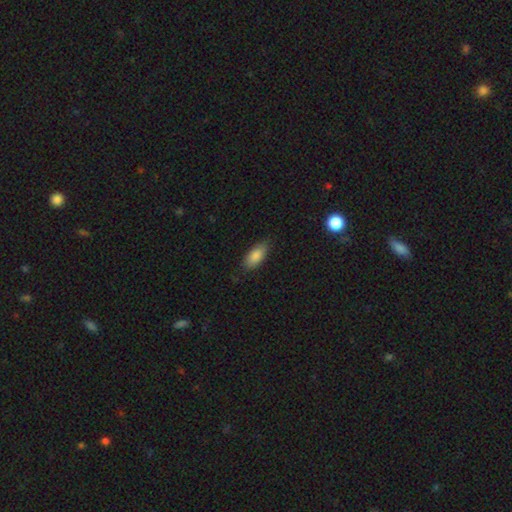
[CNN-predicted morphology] type=smooth (86%); roundness=in between (87%); merging=none (80%).